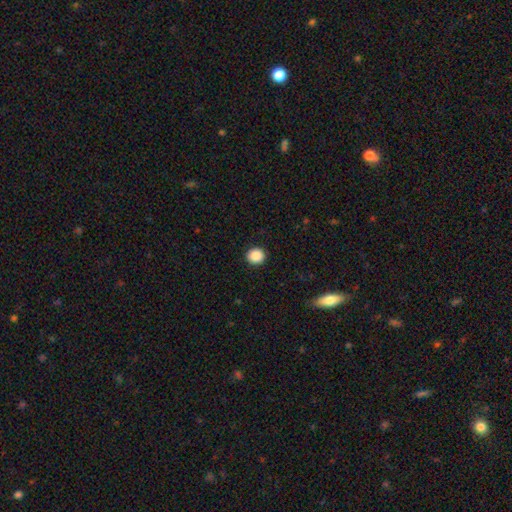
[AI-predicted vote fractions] smooth 89%, star or artifact 9%, featured or disk 3%. Down the decision tree: how rounded — round (88%); merging — none (92%).